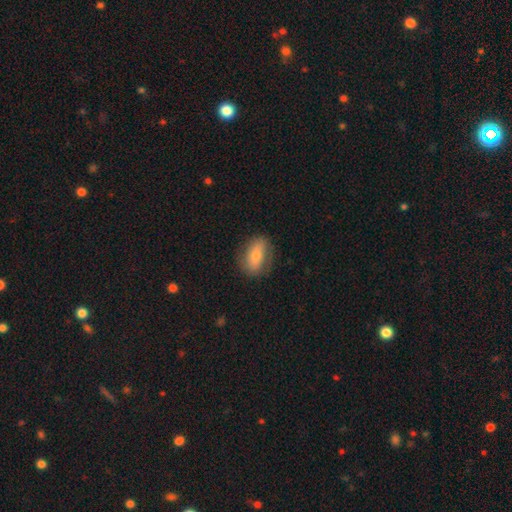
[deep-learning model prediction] Smooth or featured?
  - smooth: 62% *
  - featured or disk: 30%
  - star or artifact: 8%
How rounded?
  - in between: 79% *
  - round: 15%
  - cigar-shaped: 6%
Merging?
  - none: 80% *
  - minor disturbance: 15%
  - major disturbance: 4%
  - merger: 1%